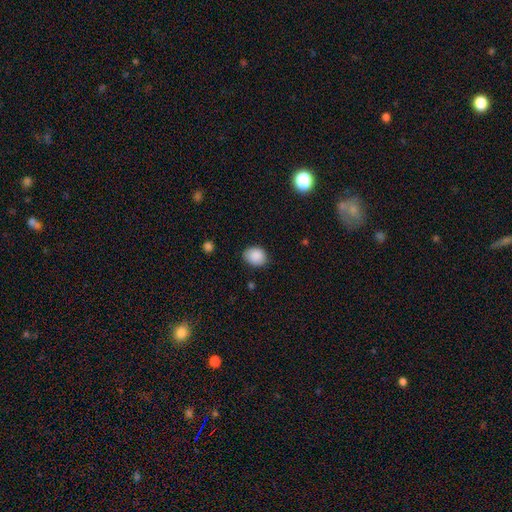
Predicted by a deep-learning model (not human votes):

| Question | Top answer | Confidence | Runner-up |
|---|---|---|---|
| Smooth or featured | smooth | 89% | star or artifact (8%) |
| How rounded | round | 52% | in between (47%) |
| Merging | none | 79% | minor disturbance (16%) |